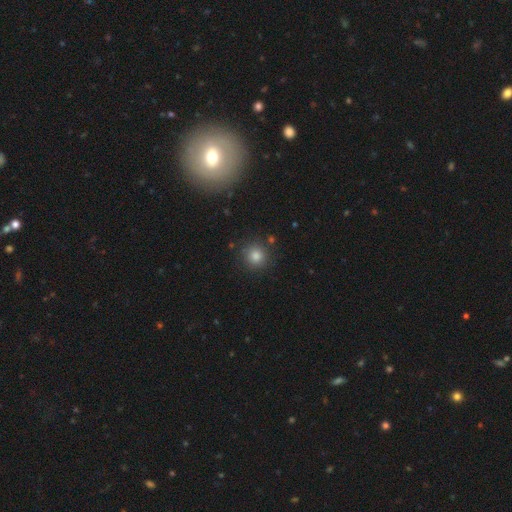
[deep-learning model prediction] Smooth or featured: smooth — 79% (star or artifact — 15%)
How rounded: round — 93% (in between — 6%)
Merging: none — 87% (minor disturbance — 7%)